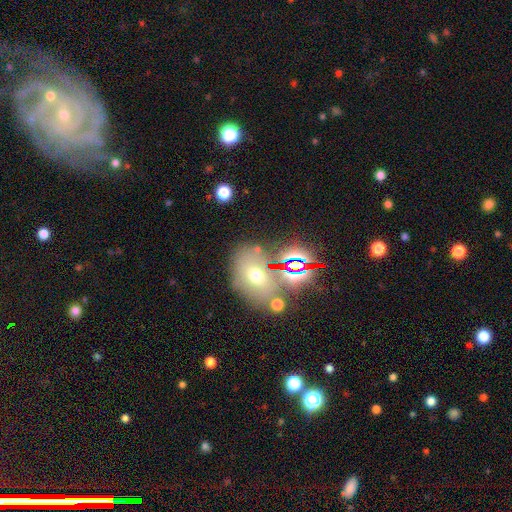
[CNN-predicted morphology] Smooth or featured?
  - smooth: 53% *
  - star or artifact: 27%
  - featured or disk: 20%
How rounded?
  - in between: 68% *
  - round: 31%
  - cigar-shaped: 2%
Merging?
  - none: 64% *
  - merger: 15%
  - minor disturbance: 14%
  - major disturbance: 7%